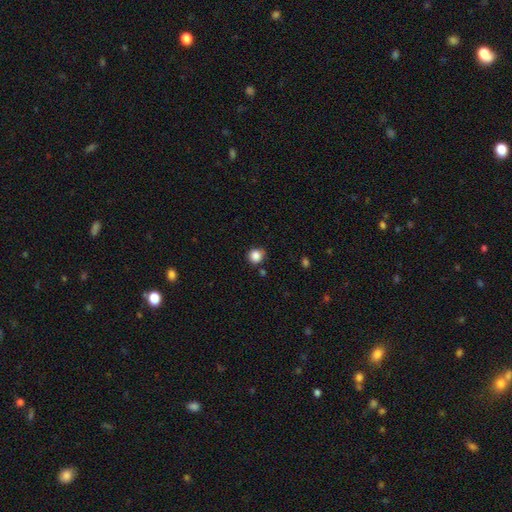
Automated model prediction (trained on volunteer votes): This is clearly a smooth galaxy (86%). How rounded: clearly round (86%). Merging: likely none (79%).